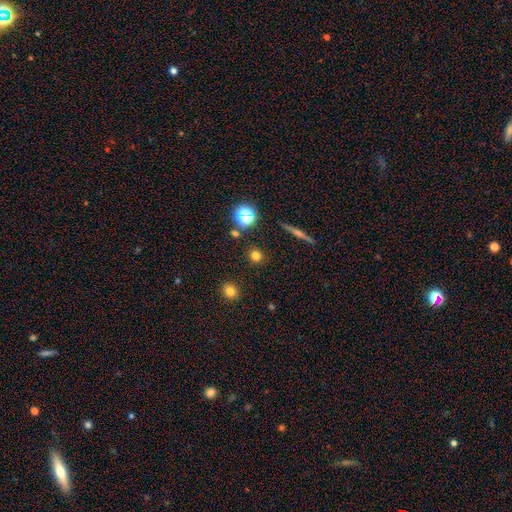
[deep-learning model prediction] Smooth or featured: smooth — 75% (star or artifact — 17%)
How rounded: round — 91% (in between — 7%)
Merging: none — 89% (minor disturbance — 6%)